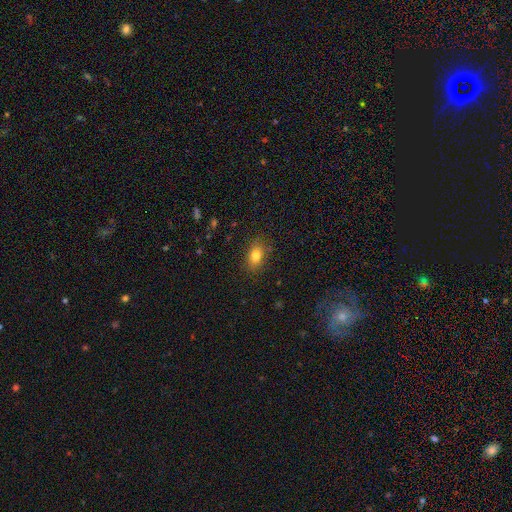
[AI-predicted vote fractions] Q: Smooth or featured?
A: smooth (81%); runner-up: star or artifact (10%)
Q: How rounded?
A: in between (79%); runner-up: round (19%)
Q: Merging?
A: none (84%); runner-up: minor disturbance (11%)